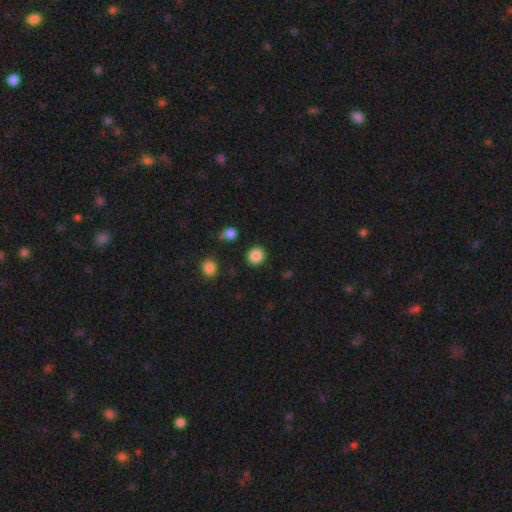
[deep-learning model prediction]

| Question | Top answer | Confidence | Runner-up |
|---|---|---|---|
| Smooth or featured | smooth | 86% | star or artifact (10%) |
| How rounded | round | 92% | in between (7%) |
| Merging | none | 90% | minor disturbance (6%) |